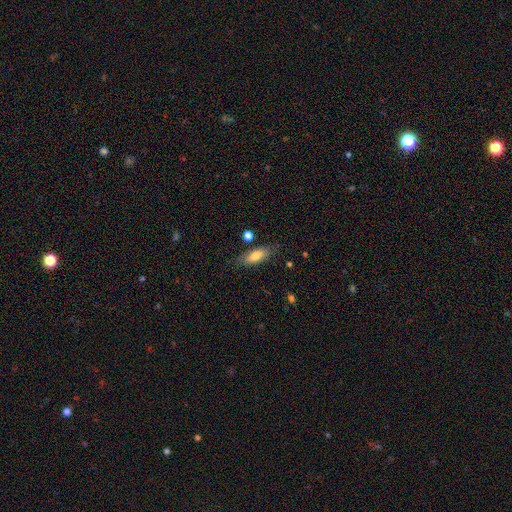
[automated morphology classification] Smooth or featured: smooth — 73% (featured or disk — 20%)
How rounded: in between — 66% (cigar-shaped — 32%)
Merging: none — 78% (minor disturbance — 15%)